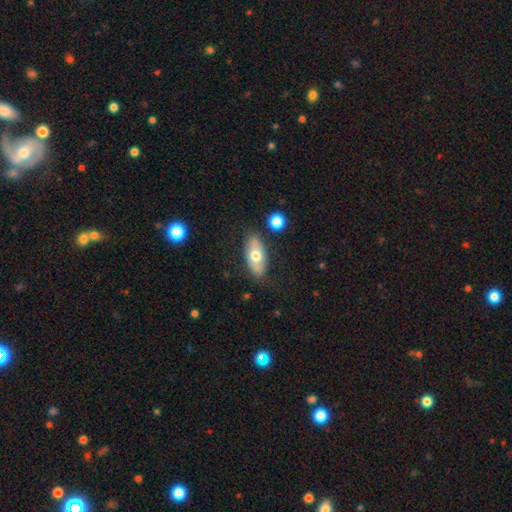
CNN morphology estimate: type=smooth (62%); roundness=in between (86%); merging=none (80%).